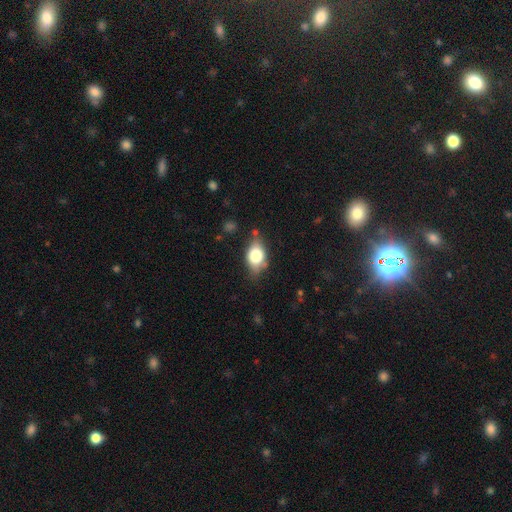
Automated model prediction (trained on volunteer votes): smooth-or-featured: smooth: 74% | featured or disk: 18% | star or artifact: 8%
  how-rounded: in between: 81% | round: 16% | cigar-shaped: 3%
  merging: none: 68% | minor disturbance: 23% | major disturbance: 6% | merger: 3%